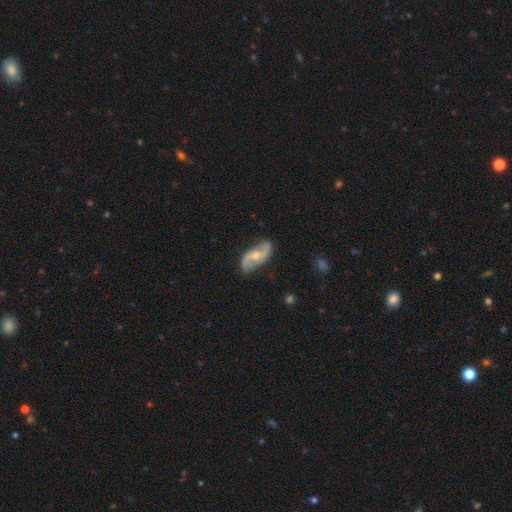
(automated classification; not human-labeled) Smooth or featured? Predicted: featured or disk (p=0.83). Edge-on disk? Predicted: no (p=0.95). Bar? Predicted: no (p=0.52). Spiral arms? Predicted: yes (p=0.94). Spiral winding? Predicted: loose (p=0.67). Spiral arm count? Predicted: 2 (p=0.93). Bulge size? Predicted: moderate (p=0.57). Merging? Predicted: none (p=0.80).